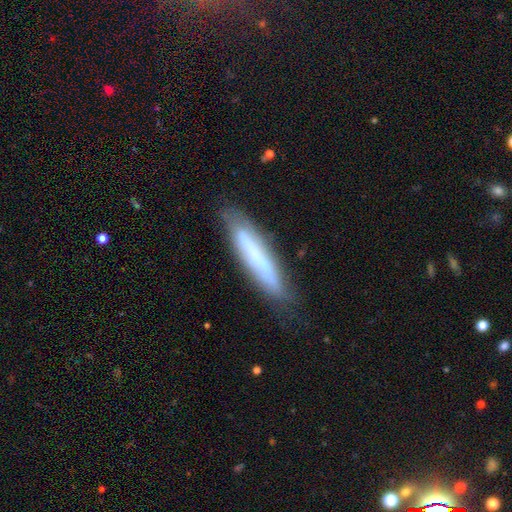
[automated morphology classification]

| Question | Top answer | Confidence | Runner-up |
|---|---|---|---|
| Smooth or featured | smooth | 56% | featured or disk (36%) |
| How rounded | cigar-shaped | 87% | in between (11%) |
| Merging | none | 77% | minor disturbance (17%) |